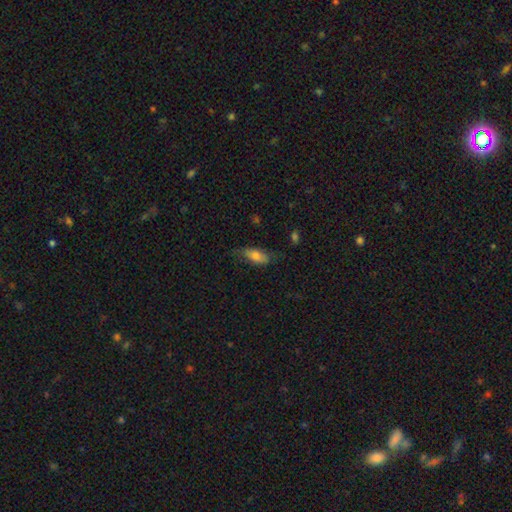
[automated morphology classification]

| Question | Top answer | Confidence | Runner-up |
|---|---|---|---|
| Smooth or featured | smooth | 74% | featured or disk (19%) |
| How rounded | in between | 81% | cigar-shaped (16%) |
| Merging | none | 62% | minor disturbance (28%) |